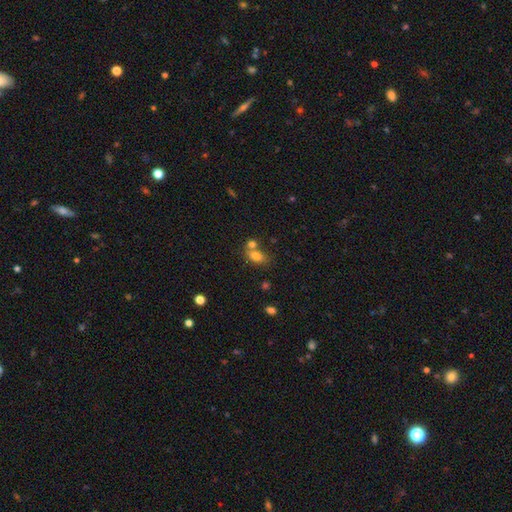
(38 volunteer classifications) smooth-or-featured: smooth: 87% | featured or disk: 8% | star or artifact: 5%
  how-rounded: in between: 85% | round: 15% | cigar-shaped: 0%
  merging: none: 44% | merger: 39% | minor disturbance: 11% | major disturbance: 6%